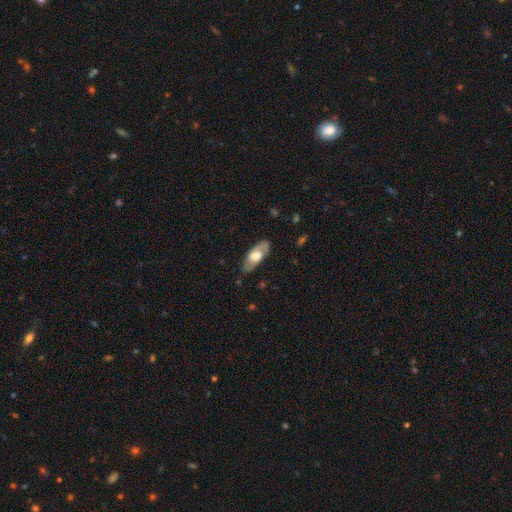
A featured or disk galaxy (50%) with no bar (60%), no spiral arms (60%) and a large central bulge (90%).

Vote fractions:
- Smooth or featured? featured or disk: 50% / smooth: 45% / star or artifact: 5%
- Edge-on disk? no: 53% / yes: 47%
- Bar? no: 60% / weak: 40% / strong: 0%
- Spiral arms? no: 60% / yes: 40%
- Bulge size? large: 90% / moderate: 10% / dominant: 0% / small: 0% / none: 0%
- Merging? none: 58% / minor disturbance: 28% / major disturbance: 11% / merger: 3%